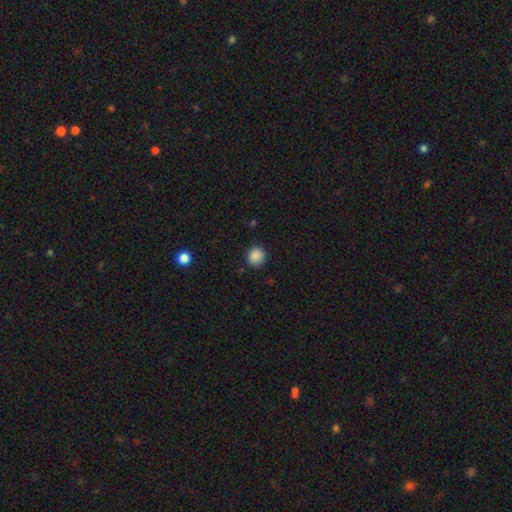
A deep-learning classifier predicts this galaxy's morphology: Smooth or featured? smooth (87%)
How rounded? round (89%)
Merging? none (88%)